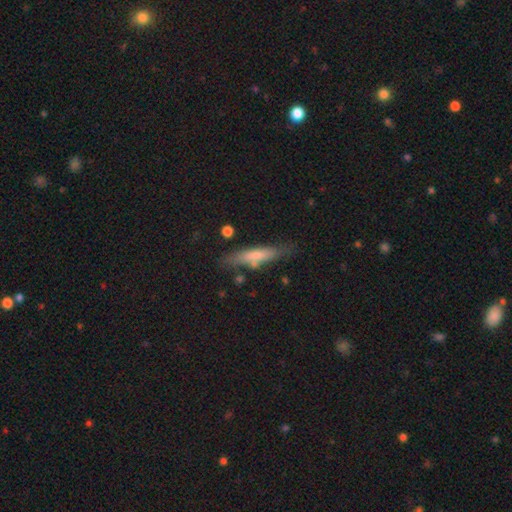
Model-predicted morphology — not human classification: smooth_or_featured: smooth (p=0.60) [alt: featured or disk p=0.33]
how_rounded: cigar-shaped (p=0.85) [alt: in between p=0.14]
merging: none (p=0.75) [alt: minor disturbance p=0.16]